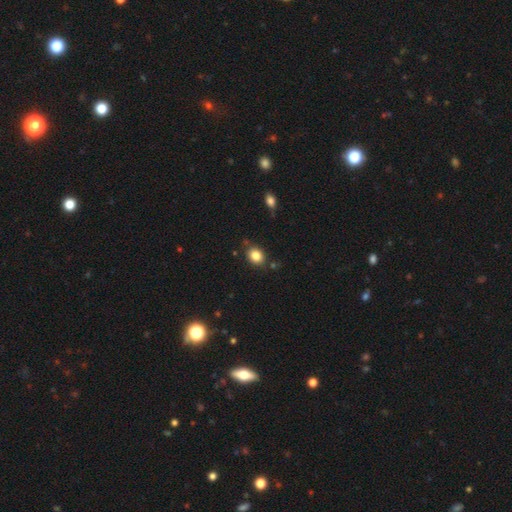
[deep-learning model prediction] A smooth galaxy with no disk features (84%) that is round (54%).

Vote fractions:
- Smooth or featured? smooth: 84% / star or artifact: 10% / featured or disk: 6%
- How rounded? round: 54% / in between: 45% / cigar-shaped: 1%
- Merging? none: 81% / minor disturbance: 12% / merger: 4% / major disturbance: 3%